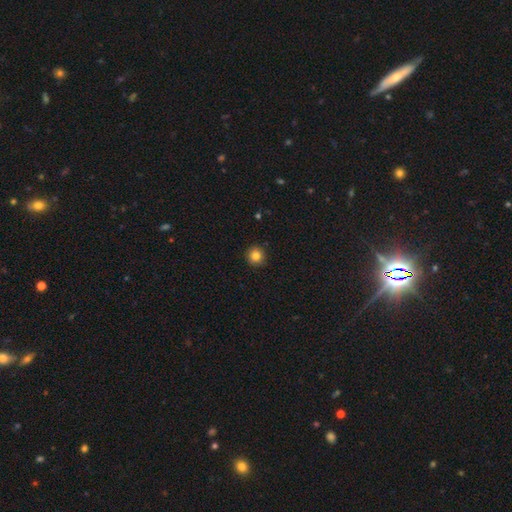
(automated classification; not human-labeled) A smooth galaxy with no disk features (84%) that is round (94%). Merging: none (90%).